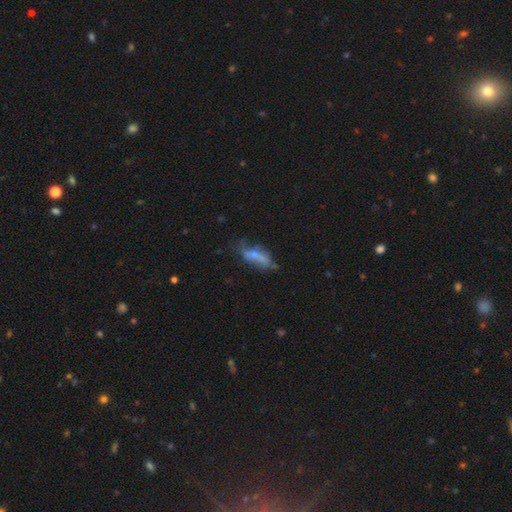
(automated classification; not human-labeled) This appears to be a smooth galaxy with no disk features (49%). Merging: none (39%).